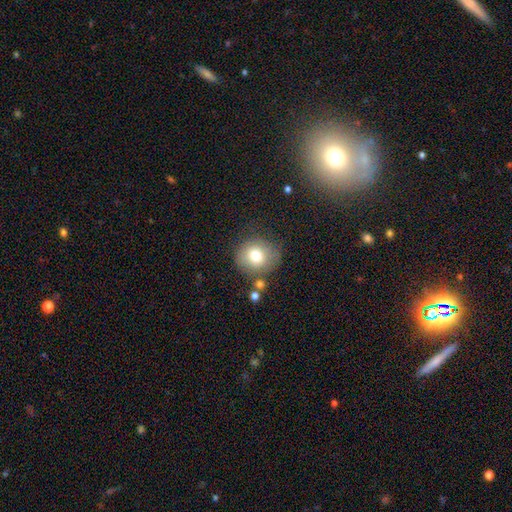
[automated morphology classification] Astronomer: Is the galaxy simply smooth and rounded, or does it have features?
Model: smooth — 75%.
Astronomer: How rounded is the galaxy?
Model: round — 86%.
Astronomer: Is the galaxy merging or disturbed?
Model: none — 72%.